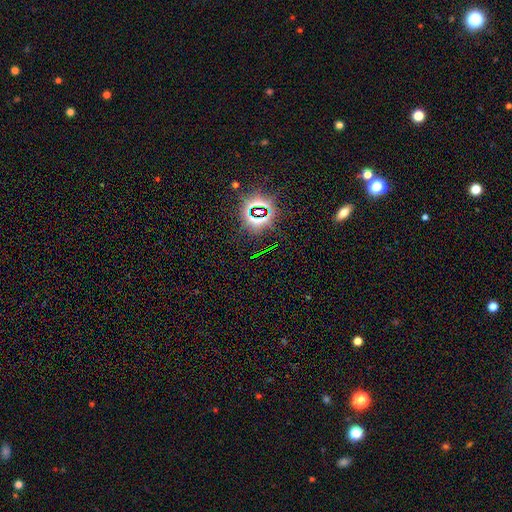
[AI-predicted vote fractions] Q: Smooth or featured?
A: star or artifact (78%); runner-up: smooth (14%)